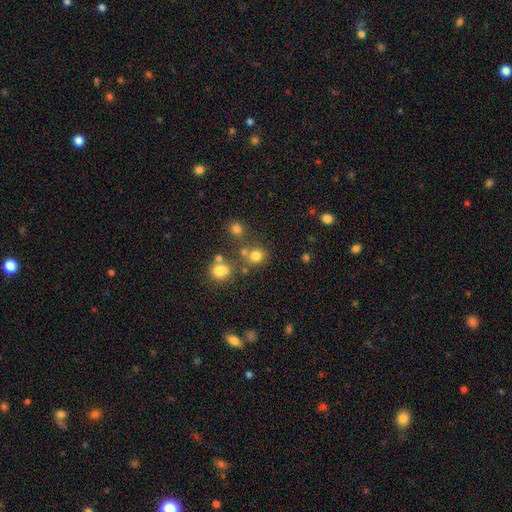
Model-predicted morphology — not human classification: Smooth or featured?
  - smooth: 76% *
  - star or artifact: 17%
  - featured or disk: 8%
How rounded?
  - round: 85% *
  - in between: 14%
  - cigar-shaped: 1%
Merging?
  - none: 65% *
  - merger: 21%
  - minor disturbance: 10%
  - major disturbance: 4%